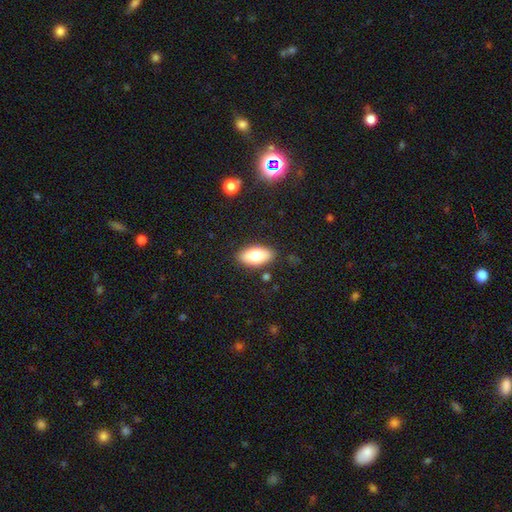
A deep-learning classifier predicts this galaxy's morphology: Overall: smooth (80%). How rounded: in between (91%). Merging: none (85%).